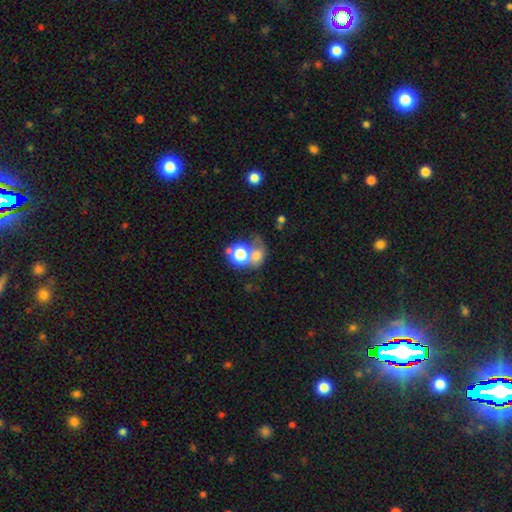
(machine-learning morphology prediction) A smooth galaxy with no disk features (65%) that is round (60%).

Vote fractions:
- Smooth or featured? smooth: 65% / star or artifact: 19% / featured or disk: 16%
- How rounded? round: 60% / in between: 39% / cigar-shaped: 1%
- Merging? merger: 45% / none: 31% / major disturbance: 12% / minor disturbance: 11%